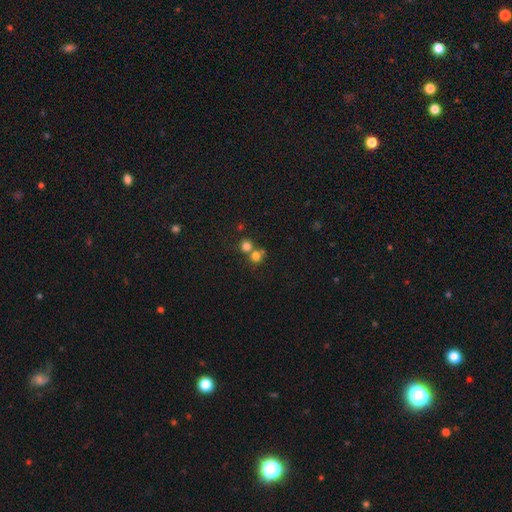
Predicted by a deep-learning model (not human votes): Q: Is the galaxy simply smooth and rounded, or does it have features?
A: smooth — 75%.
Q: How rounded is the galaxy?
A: round — 86%.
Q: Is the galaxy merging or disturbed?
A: merger — 46%.